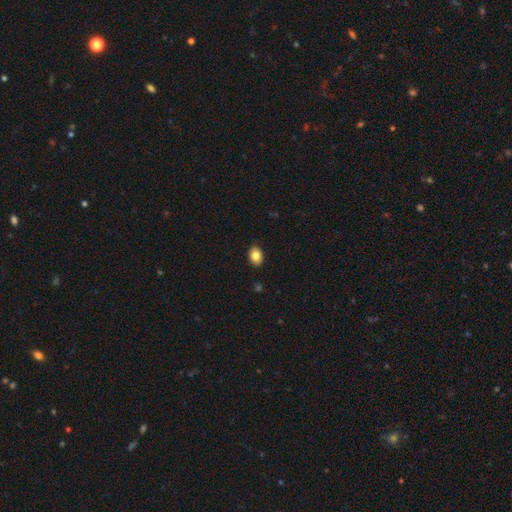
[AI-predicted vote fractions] Smooth or featured? smooth (84%)
How rounded? in between (80%)
Merging? none (89%)